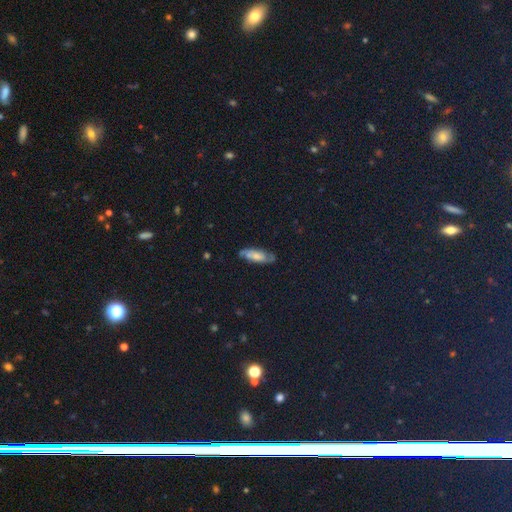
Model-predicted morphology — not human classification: Smooth or featured? Predicted: featured or disk (p=0.48). Merging? Predicted: none (p=0.76).